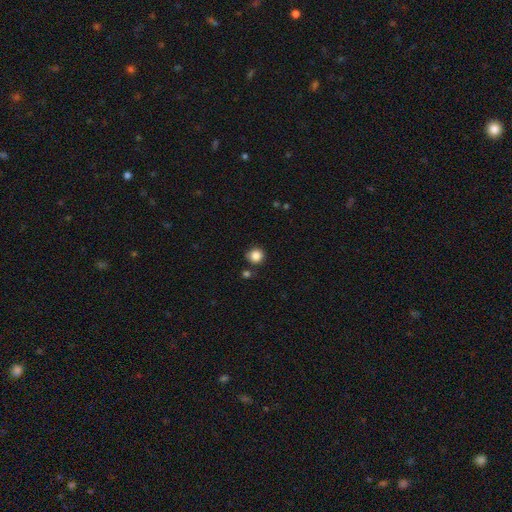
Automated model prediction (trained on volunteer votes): smooth-or-featured: smooth: 86% | star or artifact: 11% | featured or disk: 4%
  how-rounded: round: 92% | in between: 7% | cigar-shaped: 1%
  merging: none: 85% | minor disturbance: 8% | merger: 4% | major disturbance: 2%